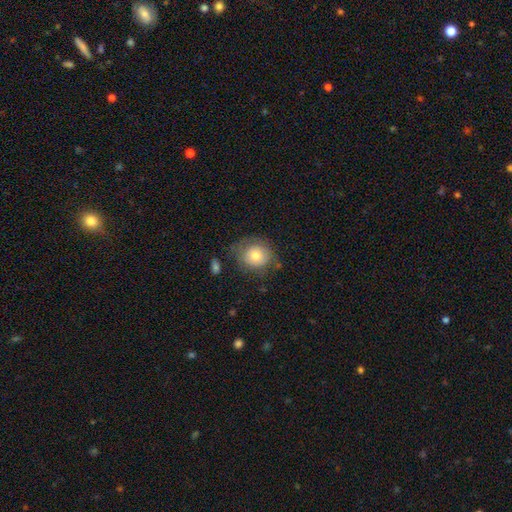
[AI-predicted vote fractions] This appears to be a smooth galaxy with no disk features (76%) that is round (79%). Merging: none (64%).